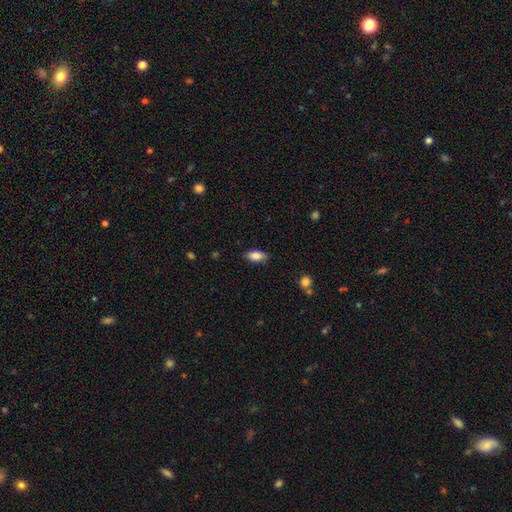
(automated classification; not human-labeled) smooth_or_featured: smooth (p=0.85) [alt: featured or disk p=0.08]
how_rounded: in between (p=0.88) [alt: cigar-shaped p=0.08]
merging: none (p=0.86) [alt: minor disturbance p=0.11]